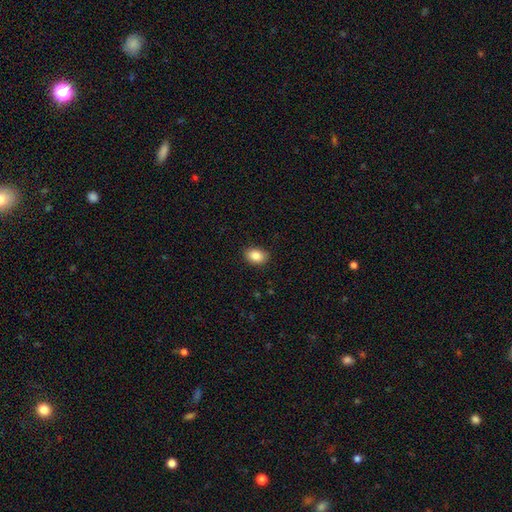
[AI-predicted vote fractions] Overall: smooth (86%). How rounded: in between (77%). Merging: none (87%).